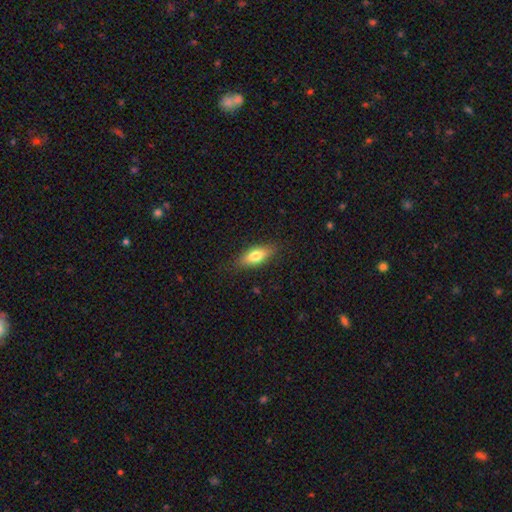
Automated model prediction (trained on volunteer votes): Overall: smooth (75%). How rounded: in between (77%). Merging: none (84%).